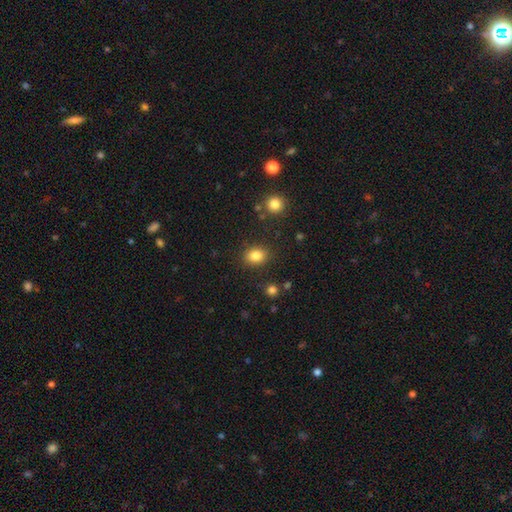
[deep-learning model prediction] Q: Smooth or featured?
A: smooth (84%); runner-up: star or artifact (10%)
Q: How rounded?
A: round (50%); runner-up: in between (49%)
Q: Merging?
A: none (86%); runner-up: minor disturbance (9%)